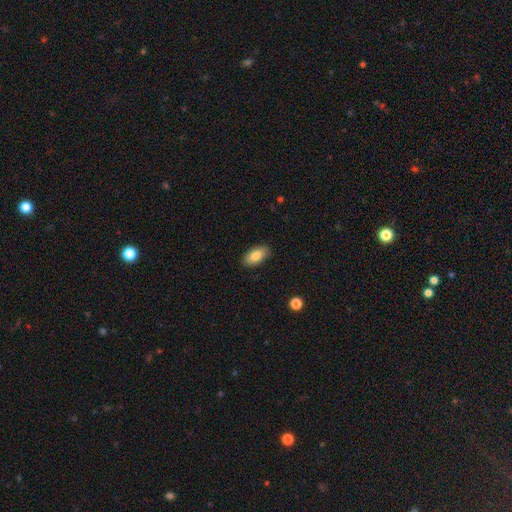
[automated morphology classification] The model was most divided on "smooth or featured": smooth: 83%, featured or disk: 10%, star or artifact: 7%. More confident: how rounded — in between (92%); merging — none (88%).